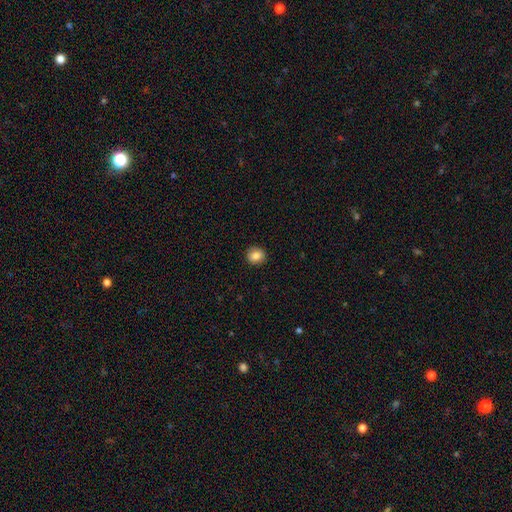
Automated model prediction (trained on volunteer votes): Q: Smooth or featured?
A: smooth (85%); runner-up: star or artifact (9%)
Q: How rounded?
A: round (81%); runner-up: in between (18%)
Q: Merging?
A: none (90%); runner-up: minor disturbance (7%)